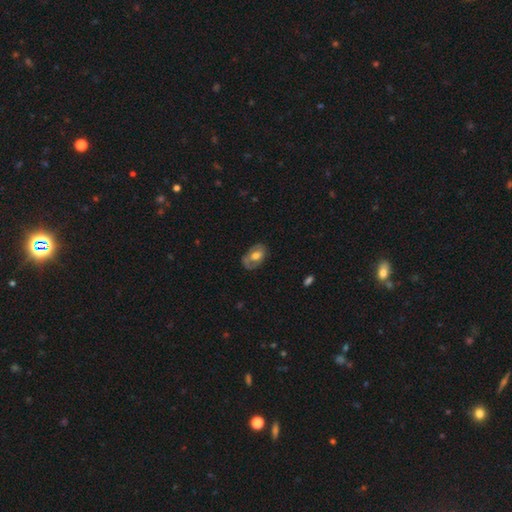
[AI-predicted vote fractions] smooth-or-featured: featured or disk: 50% | smooth: 44% | star or artifact: 6%
  merging: none: 66% | minor disturbance: 23% | major disturbance: 9% | merger: 2%